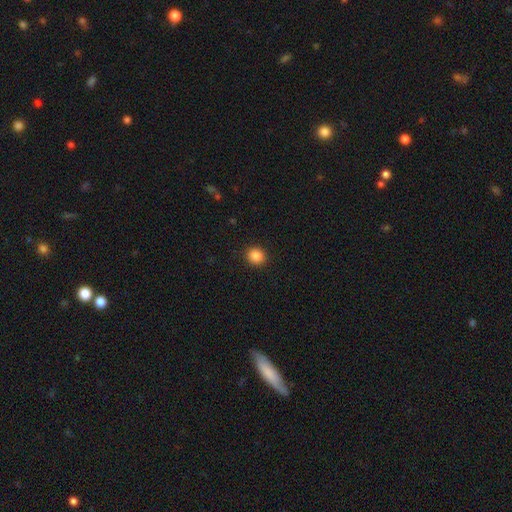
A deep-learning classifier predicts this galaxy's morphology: A smooth galaxy with no disk features (87%) that is round (86%).

Vote fractions:
- Smooth or featured? smooth: 87% / star or artifact: 10% / featured or disk: 3%
- How rounded? round: 86% / in between: 13% / cigar-shaped: 1%
- Merging? none: 92% / minor disturbance: 5% / major disturbance: 2% / merger: 1%